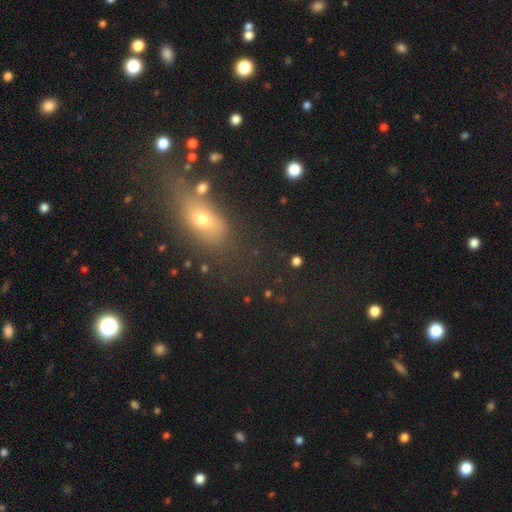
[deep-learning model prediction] Smooth or featured: smooth — 52% (star or artifact — 30%)
How rounded: in between — 64% (round — 21%)
Merging: none — 64% (minor disturbance — 16%)